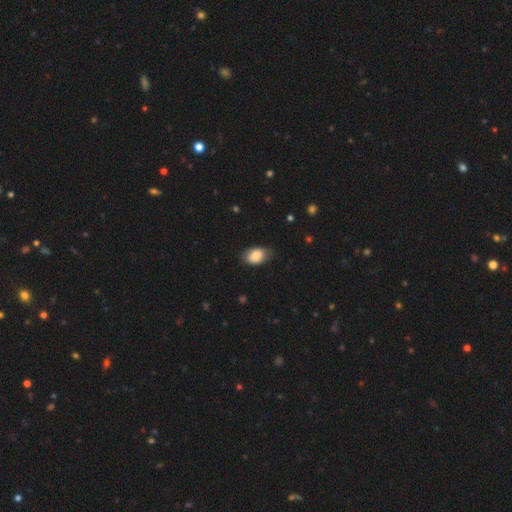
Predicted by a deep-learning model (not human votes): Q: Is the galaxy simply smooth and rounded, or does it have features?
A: smooth — 83%.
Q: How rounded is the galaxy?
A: in between — 89%.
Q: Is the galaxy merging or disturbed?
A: none — 71%.